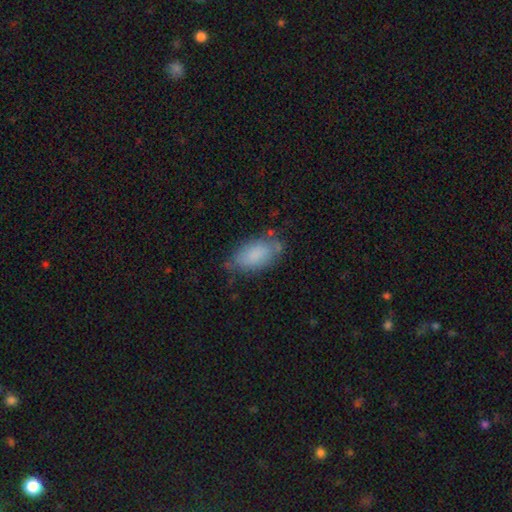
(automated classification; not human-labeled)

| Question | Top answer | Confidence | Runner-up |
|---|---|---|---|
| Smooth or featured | smooth | 82% | featured or disk (10%) |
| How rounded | in between | 93% | round (4%) |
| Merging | none | 67% | minor disturbance (23%) |